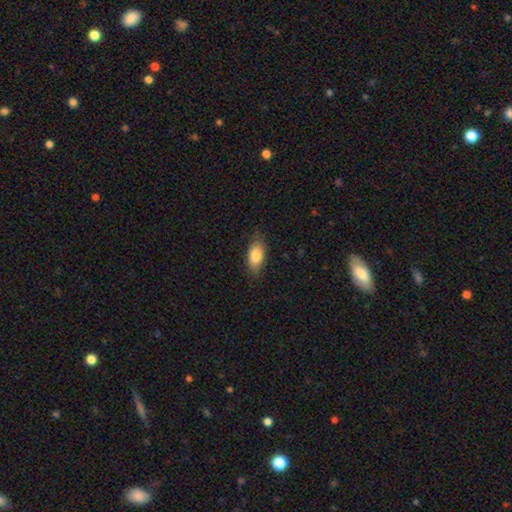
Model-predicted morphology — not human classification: Smooth or featured: smooth — 81% (featured or disk — 12%)
How rounded: in between — 88% (cigar-shaped — 8%)
Merging: none — 82% (minor disturbance — 14%)